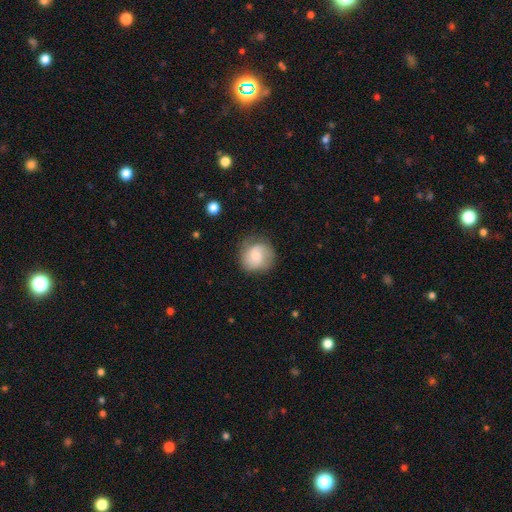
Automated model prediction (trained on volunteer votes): A smooth galaxy with no disk features (54%) that is round (87%).

Vote fractions:
- Smooth or featured? smooth: 54% / featured or disk: 39% / star or artifact: 7%
- How rounded? round: 87% / in between: 12% / cigar-shaped: 1%
- Merging? none: 74% / minor disturbance: 18% / major disturbance: 7% / merger: 1%